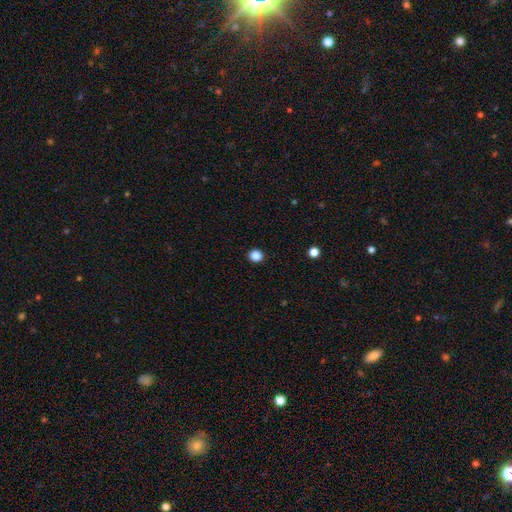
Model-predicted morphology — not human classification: smooth_or_featured: smooth (p=0.86) [alt: star or artifact p=0.11]
how_rounded: round (p=0.84) [alt: in between p=0.15]
merging: none (p=0.92) [alt: minor disturbance p=0.05]